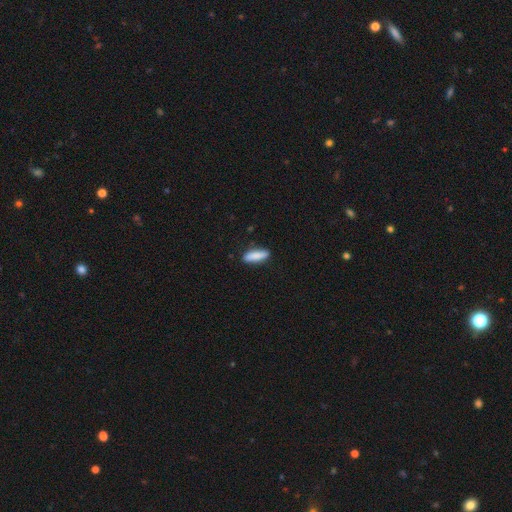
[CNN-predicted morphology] Q: Smooth or featured?
A: smooth (85%); runner-up: featured or disk (9%)
Q: How rounded?
A: cigar-shaped (56%); runner-up: in between (42%)
Q: Merging?
A: none (87%); runner-up: minor disturbance (10%)